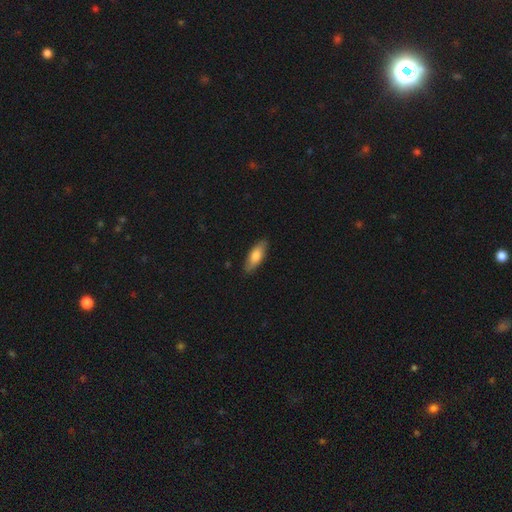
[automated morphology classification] Overall: smooth (75%). How rounded: in between (65%; cigar-shaped 33%). Merging: none (87%).